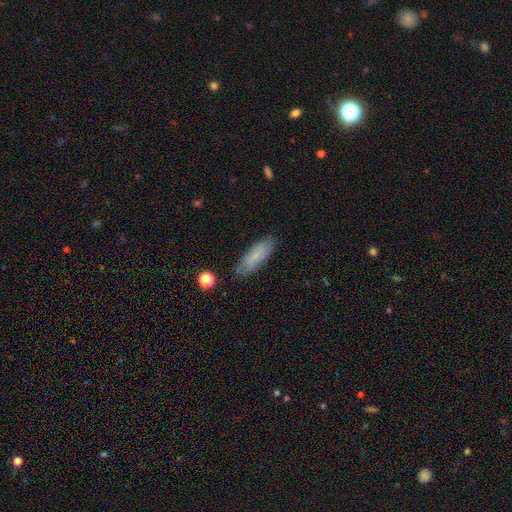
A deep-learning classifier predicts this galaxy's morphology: smooth 77%, featured or disk 15%, star or artifact 7%. Down the decision tree: how rounded — in between (52%); merging — none (81%).